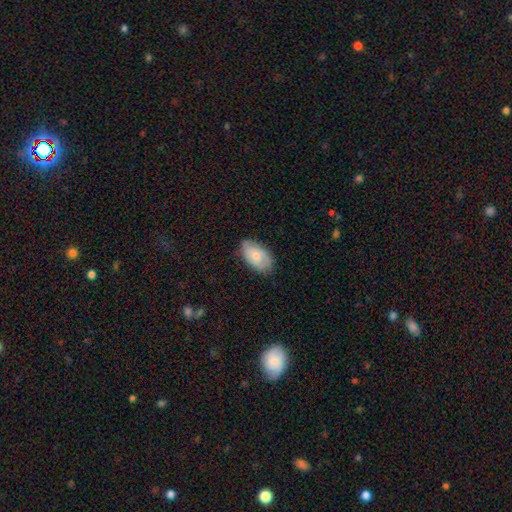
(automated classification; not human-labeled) A smooth galaxy with no disk features (59%) that is in between round and cigar-shaped (92%). Merging: none (74%).